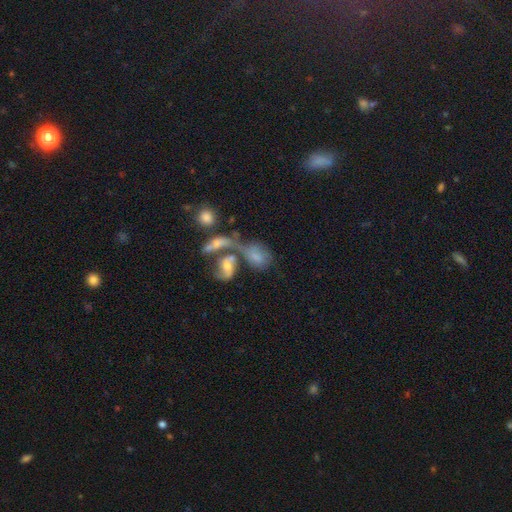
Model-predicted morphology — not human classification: This is possibly a smooth galaxy (59%). How rounded: likely in between (76%). Merging: possibly merger (50%).